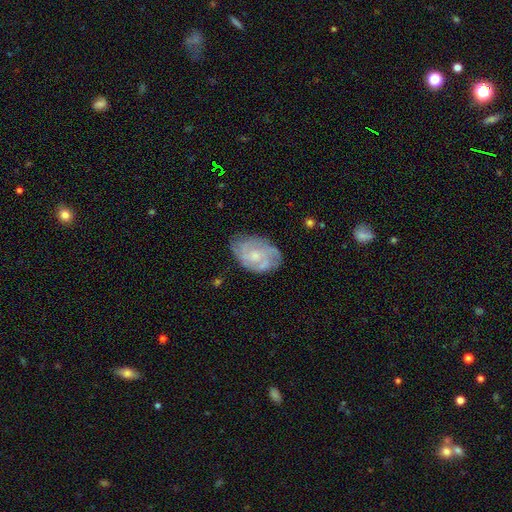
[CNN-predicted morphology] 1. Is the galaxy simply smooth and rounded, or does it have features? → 69% featured or disk, 24% smooth, 7% star or artifact.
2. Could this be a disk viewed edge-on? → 97% no, 3% yes.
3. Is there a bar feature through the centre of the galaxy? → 75% no, 22% weak, 3% strong.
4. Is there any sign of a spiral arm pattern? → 80% yes, 20% no.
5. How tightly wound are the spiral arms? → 55% tight, 33% medium, 12% loose.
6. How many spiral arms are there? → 50% can't tell, 16% 2, 16% 3, 9% 4, 4% more than 4, 4% 1.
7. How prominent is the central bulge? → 45% moderate (tied), 45% small (tied), 6% none, 3% large, 1% dominant.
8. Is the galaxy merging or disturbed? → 68% none, 23% minor disturbance, 7% major disturbance, 2% merger.